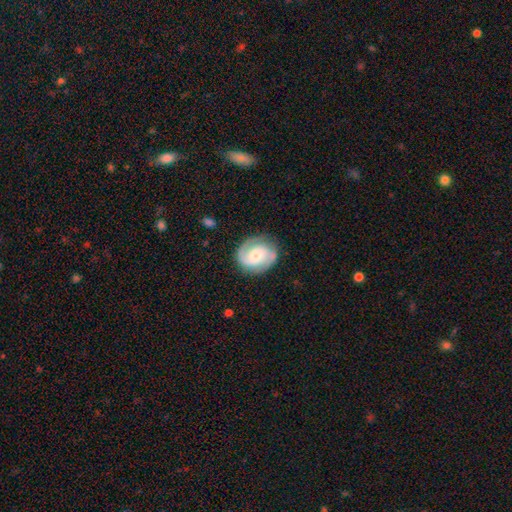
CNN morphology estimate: Q: Smooth or featured?
A: featured or disk (76%); runner-up: smooth (18%)
Q: Edge-on disk?
A: no (98%); runner-up: yes (2%)
Q: Bar?
A: no (48%); runner-up: weak (40%)
Q: Spiral arms?
A: yes (94%); runner-up: no (6%)
Q: Spiral winding?
A: medium (45%); runner-up: tight (40%)
Q: Spiral arm count?
A: 2 (85%); runner-up: can't tell (6%)
Q: Bulge size?
A: moderate (49%); runner-up: small (38%)
Q: Merging?
A: none (80%); runner-up: minor disturbance (14%)